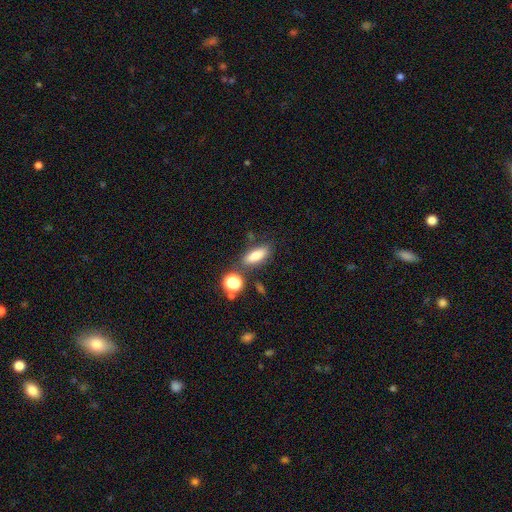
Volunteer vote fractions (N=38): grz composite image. It shows a smooth galaxy with no disk features (82%) that is in between round and cigar-shaped (68%). Merging: none (54%).